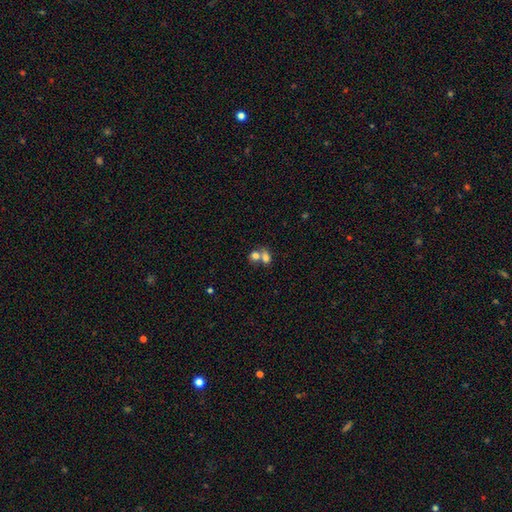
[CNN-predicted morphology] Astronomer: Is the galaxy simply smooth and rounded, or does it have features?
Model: smooth — 74%.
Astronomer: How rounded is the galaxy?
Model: in between — 50% (runner-up: round, 49%).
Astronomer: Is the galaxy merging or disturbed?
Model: merger — 65%.